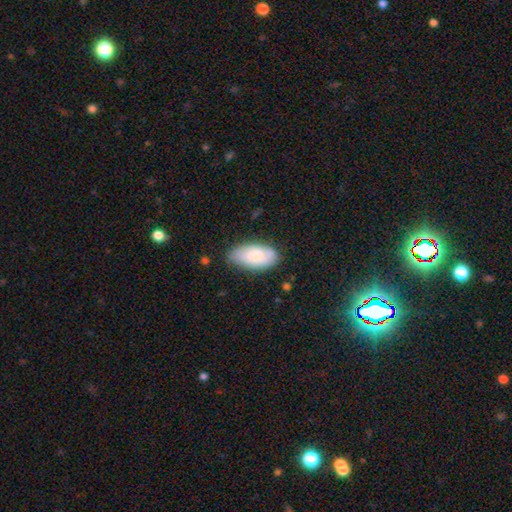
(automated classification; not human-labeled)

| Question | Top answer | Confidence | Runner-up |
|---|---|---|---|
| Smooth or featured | smooth | 71% | featured or disk (23%) |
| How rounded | in between | 93% | cigar-shaped (4%) |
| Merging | none | 72% | minor disturbance (22%) |